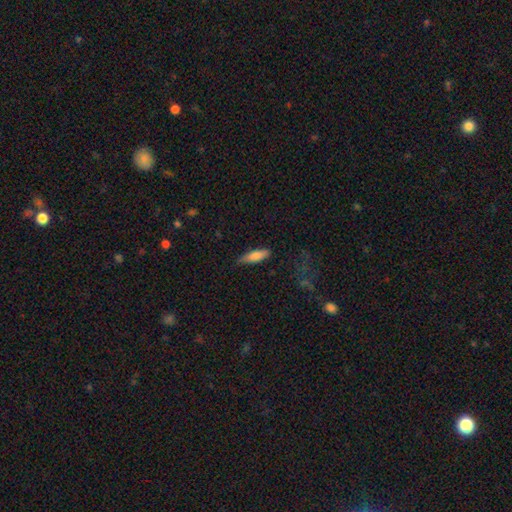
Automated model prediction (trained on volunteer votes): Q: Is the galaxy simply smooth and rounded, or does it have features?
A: smooth — 76%.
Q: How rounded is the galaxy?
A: cigar-shaped — 57%.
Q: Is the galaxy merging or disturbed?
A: none — 74%.